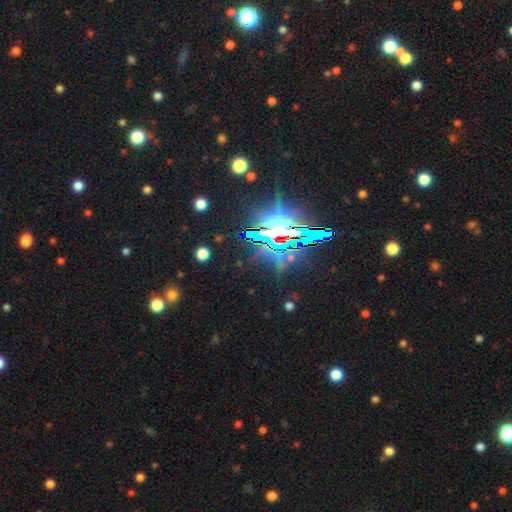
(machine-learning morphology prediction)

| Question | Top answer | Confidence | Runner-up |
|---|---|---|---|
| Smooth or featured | star or artifact | 82% | featured or disk (10%) |